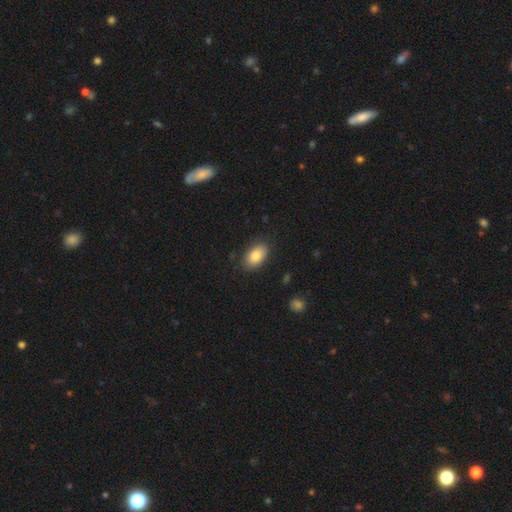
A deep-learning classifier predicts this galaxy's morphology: Overall: smooth (83%). How rounded: in between (91%). Merging: none (86%).